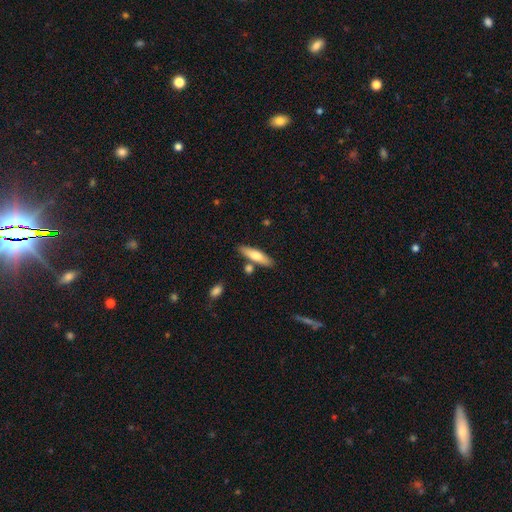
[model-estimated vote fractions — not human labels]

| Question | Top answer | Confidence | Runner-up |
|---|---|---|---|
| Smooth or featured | smooth | 68% | featured or disk (26%) |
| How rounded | cigar-shaped | 71% | in between (27%) |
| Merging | none | 77% | minor disturbance (11%) |